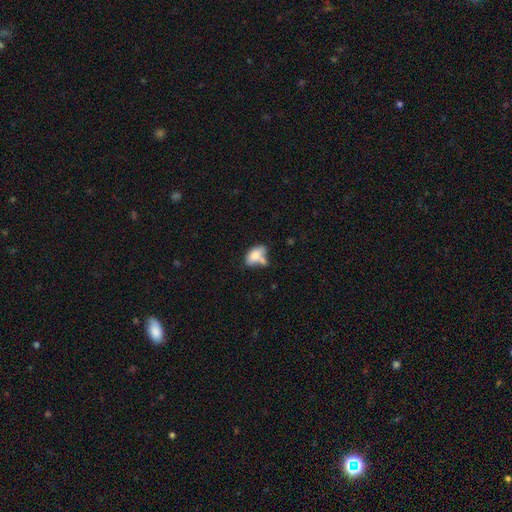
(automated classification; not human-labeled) This is likely a smooth galaxy (77%). How rounded: clearly in between (90%). Merging: marginally merger (39%).